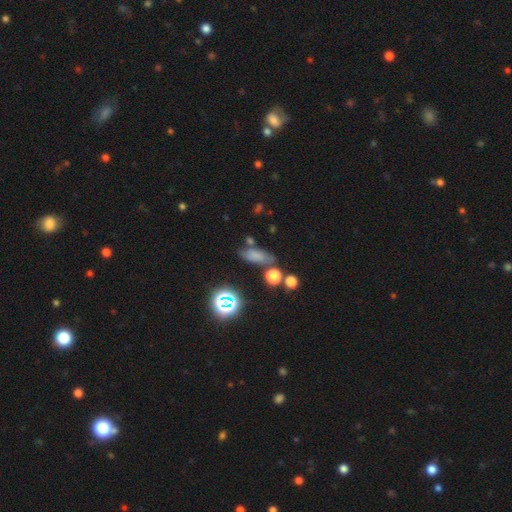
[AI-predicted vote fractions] This appears to be a smooth galaxy with no disk features (63%) that is in between round and cigar-shaped (68%). Merging: none (56%).